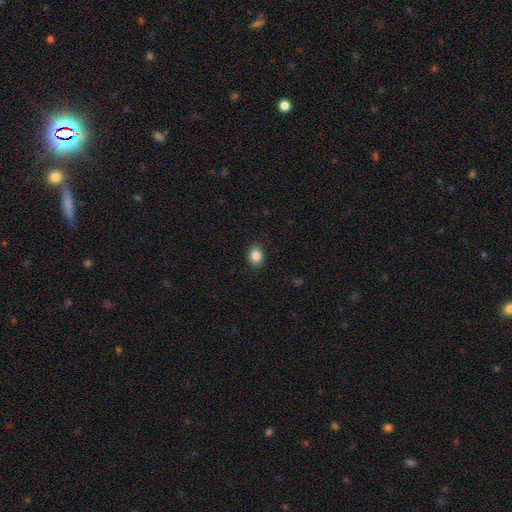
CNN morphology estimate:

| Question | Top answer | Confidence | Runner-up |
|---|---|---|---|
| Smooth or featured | smooth | 86% | star or artifact (9%) |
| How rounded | in between | 65% | round (34%) |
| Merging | none | 89% | minor disturbance (8%) |